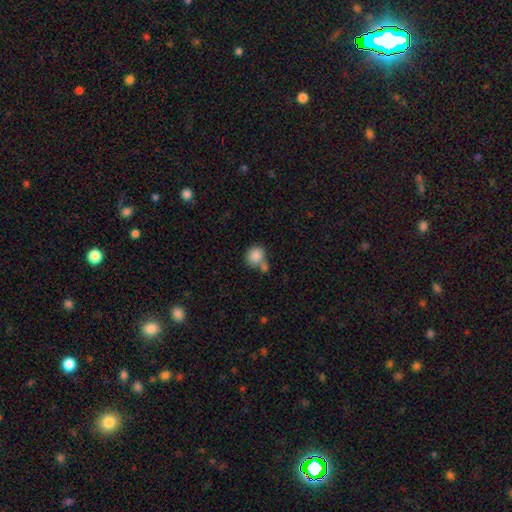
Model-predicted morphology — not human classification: smooth_or_featured: smooth (p=0.86) [alt: star or artifact p=0.08]
how_rounded: round (p=0.80) [alt: in between p=0.19]
merging: none (p=0.48) [alt: merger p=0.35]